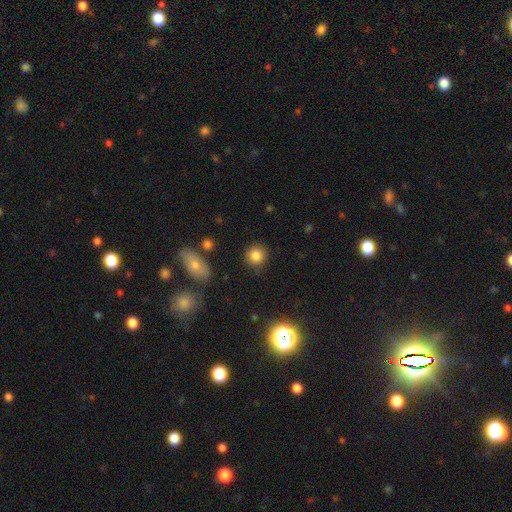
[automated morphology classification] Smooth or featured?
  - smooth: 84% *
  - star or artifact: 11%
  - featured or disk: 6%
How rounded?
  - round: 89% *
  - in between: 10%
  - cigar-shaped: 1%
Merging?
  - none: 85% *
  - minor disturbance: 10%
  - major disturbance: 3%
  - merger: 2%